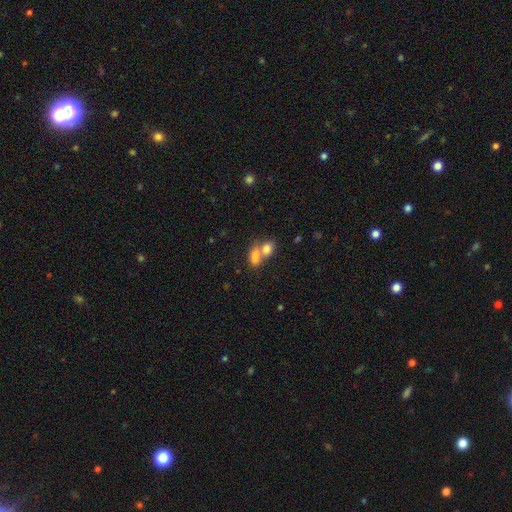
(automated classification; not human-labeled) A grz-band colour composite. It shows a smooth galaxy with no disk features (79%) that is in between round and cigar-shaped (77%). Merging: merger (65%).